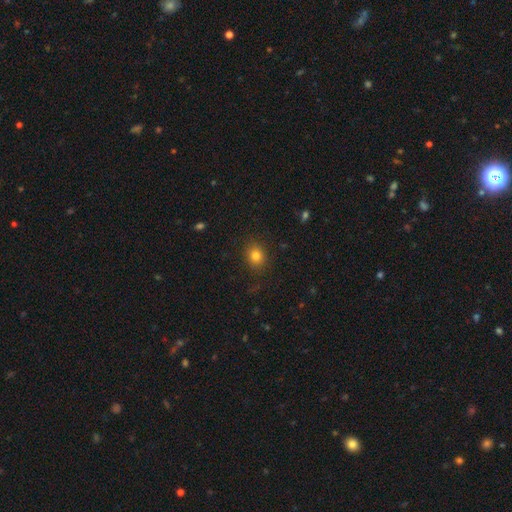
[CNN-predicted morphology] A smooth galaxy with no disk features (81%) that is round (67%).

Vote fractions:
- Smooth or featured? smooth: 81% / star or artifact: 12% / featured or disk: 6%
- How rounded? round: 67% / in between: 32% / cigar-shaped: 1%
- Merging? none: 87% / minor disturbance: 9% / major disturbance: 3% / merger: 1%